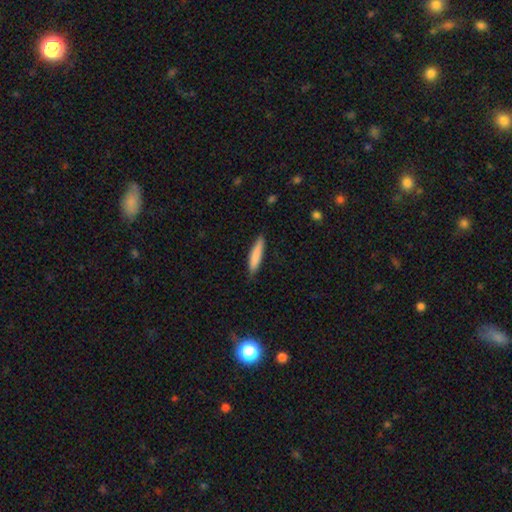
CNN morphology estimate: Smooth or featured? smooth (83%)
How rounded? cigar-shaped (86%)
Merging? none (83%)